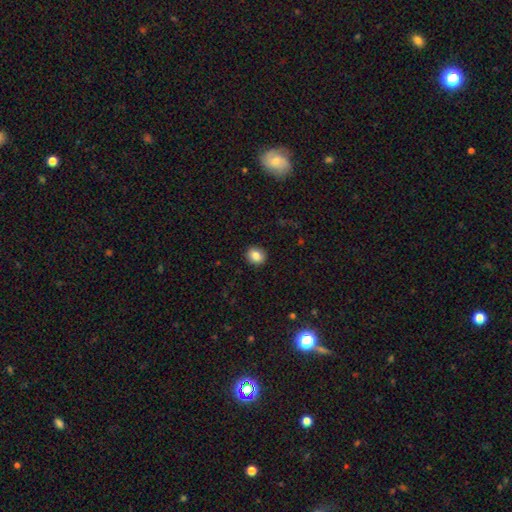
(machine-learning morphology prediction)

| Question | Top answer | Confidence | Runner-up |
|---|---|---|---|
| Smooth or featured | smooth | 85% | star or artifact (9%) |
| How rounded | round | 75% | in between (24%) |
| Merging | none | 92% | minor disturbance (6%) |